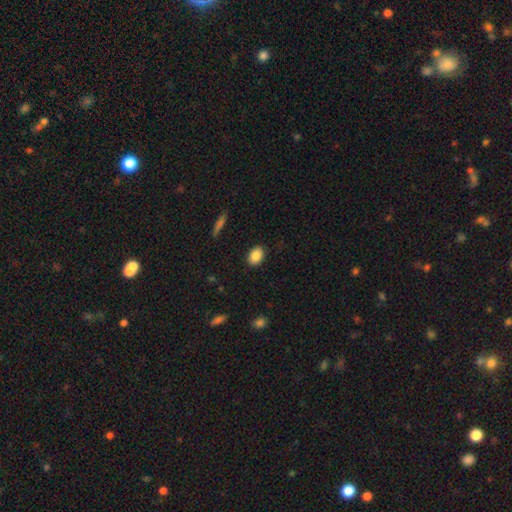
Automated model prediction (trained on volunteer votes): smooth-or-featured: smooth: 87% | star or artifact: 8% | featured or disk: 5%
  how-rounded: in between: 80% | round: 19% | cigar-shaped: 1%
  merging: none: 88% | minor disturbance: 9% | major disturbance: 2% | merger: 1%